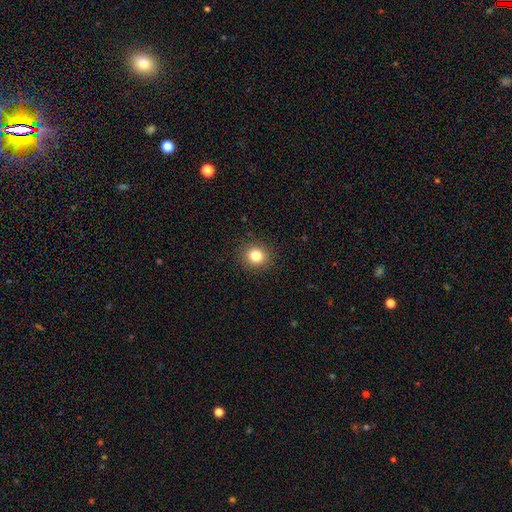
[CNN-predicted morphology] Q: Smooth or featured?
A: smooth (82%); runner-up: star or artifact (12%)
Q: How rounded?
A: round (85%); runner-up: in between (14%)
Q: Merging?
A: none (90%); runner-up: minor disturbance (6%)